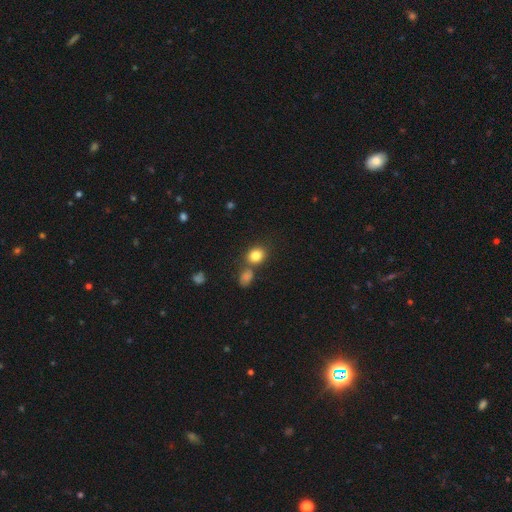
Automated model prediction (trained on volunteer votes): smooth 82%, star or artifact 11%, featured or disk 7%. Down the decision tree: how rounded — round (64%); merging — none (62%).